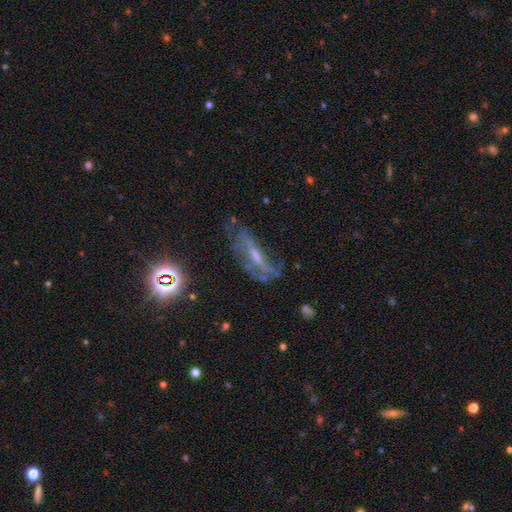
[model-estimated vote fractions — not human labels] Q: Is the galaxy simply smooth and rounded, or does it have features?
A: featured or disk — 60%.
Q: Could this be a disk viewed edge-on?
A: no — 69%.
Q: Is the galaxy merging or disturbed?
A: none — 44%.